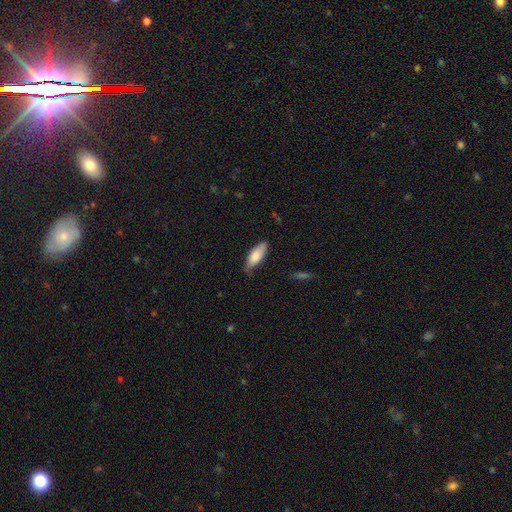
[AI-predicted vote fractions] Overall: smooth (82%). How rounded: in between (74%). Merging: none (65%; minor disturbance 29%).